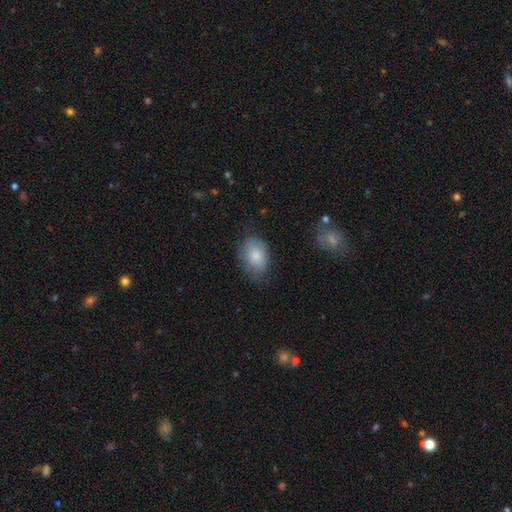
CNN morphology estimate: A smooth galaxy with no disk features (80%) that is in between round and cigar-shaped (80%). Merging: none (64%).